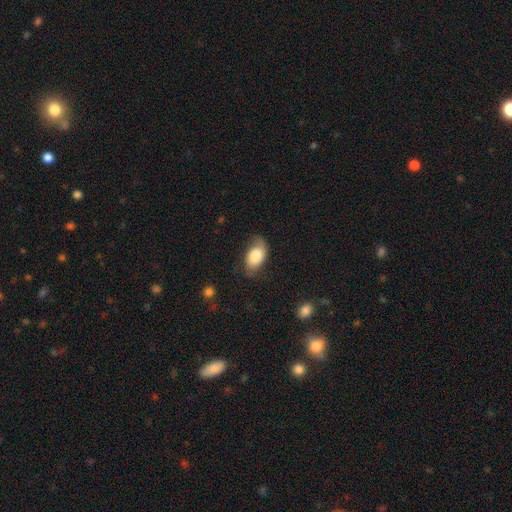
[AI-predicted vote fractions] Overall: smooth (70%). How rounded: in between (92%). Merging: none (57%; minor disturbance 30%).